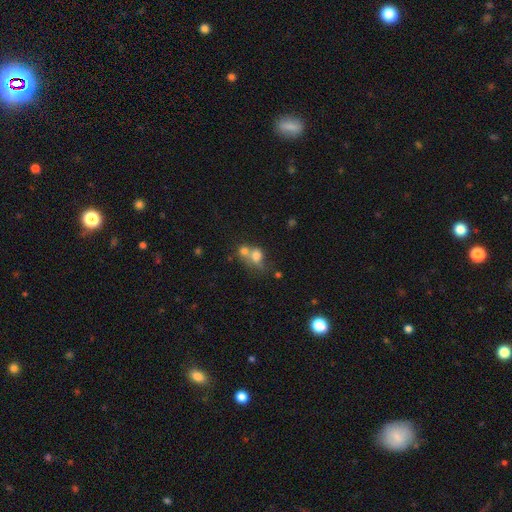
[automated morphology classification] smooth 73%, featured or disk 15%, star or artifact 12%. Down the decision tree: how rounded — round (59%); merging — merger (59%).